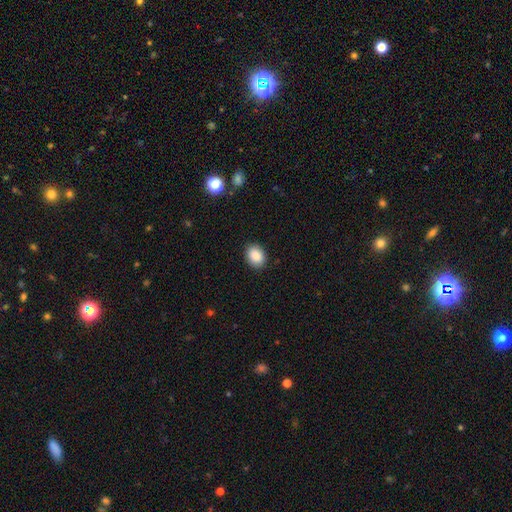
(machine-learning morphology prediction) Smooth or featured?
  - smooth: 89% *
  - star or artifact: 8%
  - featured or disk: 4%
How rounded?
  - in between: 61% *
  - round: 38%
  - cigar-shaped: 1%
Merging?
  - none: 89% *
  - minor disturbance: 8%
  - major disturbance: 2%
  - merger: 1%